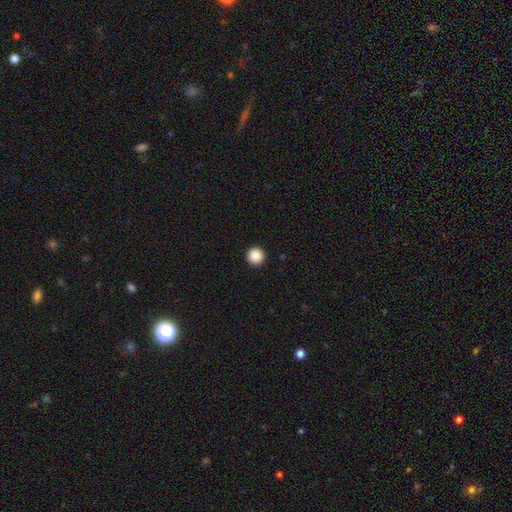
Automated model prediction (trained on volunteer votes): This is clearly a smooth galaxy (88%). How rounded: clearly round (97%). Merging: clearly none (94%).